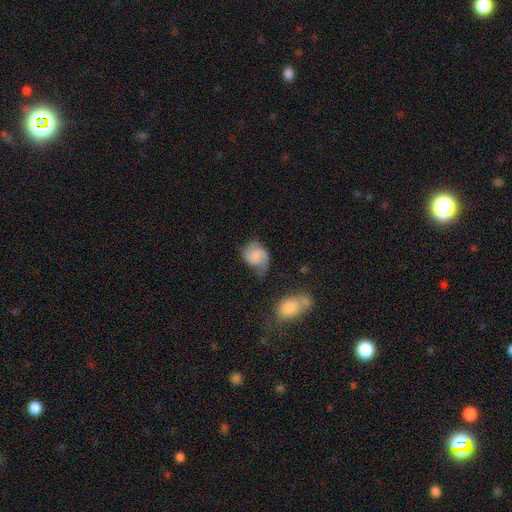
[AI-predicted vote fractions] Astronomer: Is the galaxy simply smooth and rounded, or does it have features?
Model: smooth — 54% (runner-up: featured or disk, 38%).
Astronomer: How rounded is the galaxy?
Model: in between — 57% (runner-up: round, 42%).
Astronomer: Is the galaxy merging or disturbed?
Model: none — 38% (runner-up: minor disturbance, 33%).